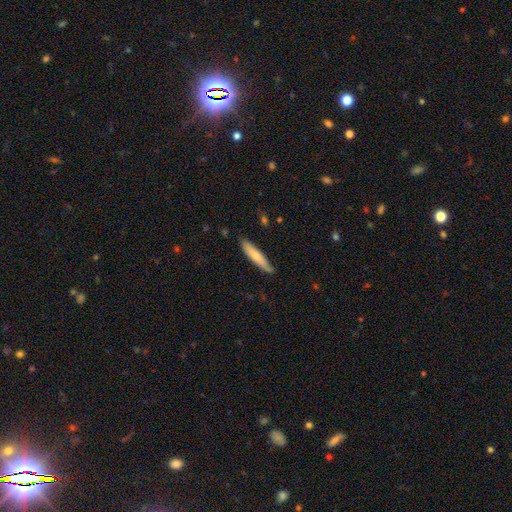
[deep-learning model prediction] smooth-or-featured: smooth: 69% | featured or disk: 26% | star or artifact: 5%
  how-rounded: cigar-shaped: 87% | in between: 12% | round: 1%
  merging: none: 84% | minor disturbance: 13% | major disturbance: 2% | merger: 1%